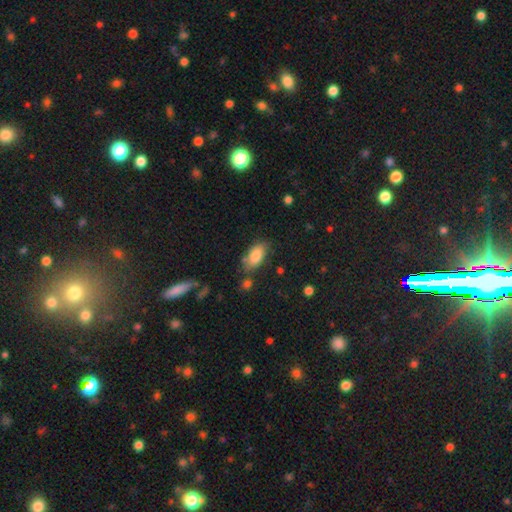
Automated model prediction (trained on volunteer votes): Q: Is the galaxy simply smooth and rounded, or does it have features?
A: smooth — 82%.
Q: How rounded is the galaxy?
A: in between — 91%.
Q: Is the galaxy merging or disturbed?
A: none — 69%.